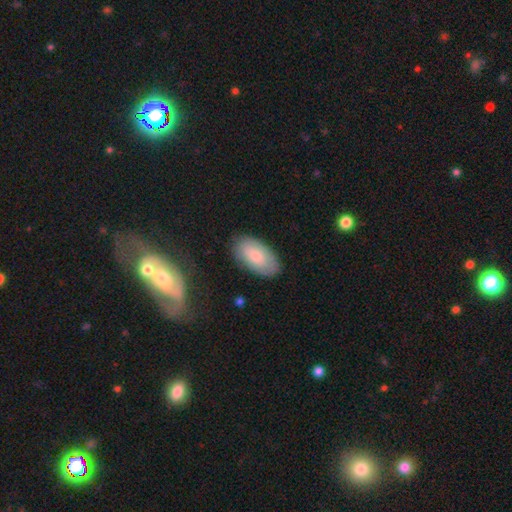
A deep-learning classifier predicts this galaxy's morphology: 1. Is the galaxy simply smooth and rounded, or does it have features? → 74% smooth, 19% featured or disk, 7% star or artifact.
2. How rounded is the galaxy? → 95% in between, 3% round, 2% cigar-shaped.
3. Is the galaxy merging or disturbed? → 81% none, 14% minor disturbance, 3% major disturbance, 1% merger.